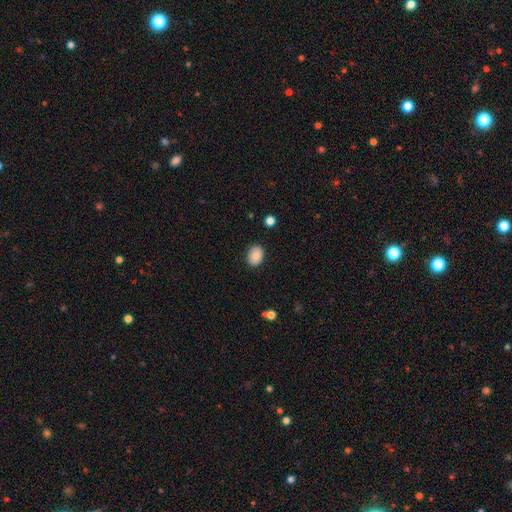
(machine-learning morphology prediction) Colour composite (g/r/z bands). It shows a smooth galaxy with no disk features (85%) that is in between round and cigar-shaped (72%). Merging: none (86%).